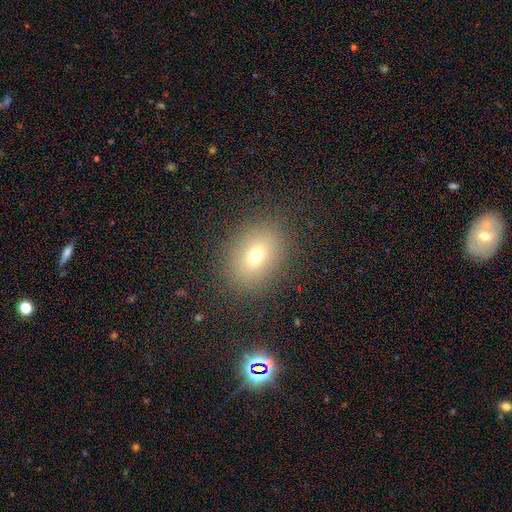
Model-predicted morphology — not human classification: The model was most divided on "how rounded": in between: 66%, round: 32%, cigar-shaped: 1%. More confident: merging — none (86%); smooth or featured — smooth (69%).